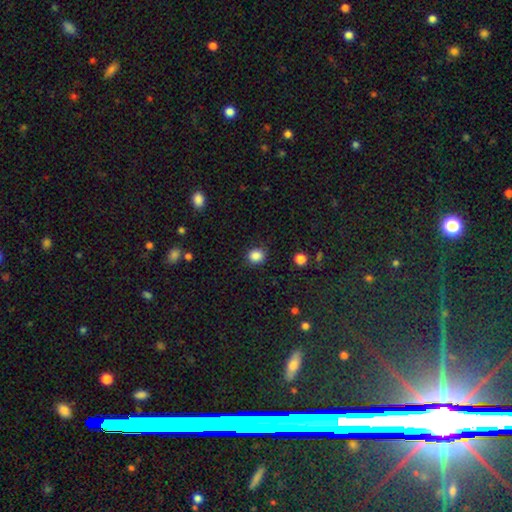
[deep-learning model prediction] Morphology: type=smooth (86%); roundness=round (79%); merging=none (86%).